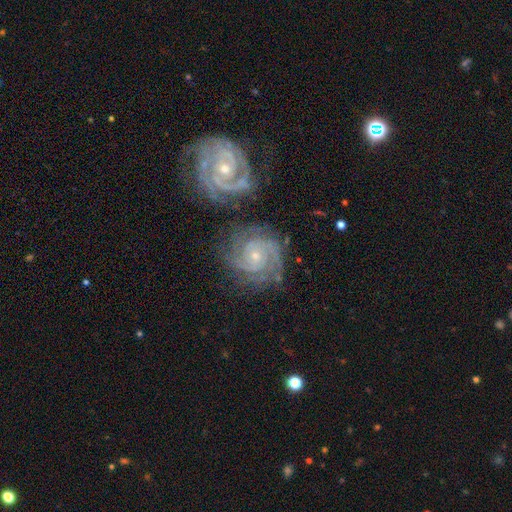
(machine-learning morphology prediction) This appears to be a featured or disk galaxy (89%) with no bar (69%), 2 (40%) tight (70%) spiral arms (98%) and a small central bulge (68%). Merging: none (64%).